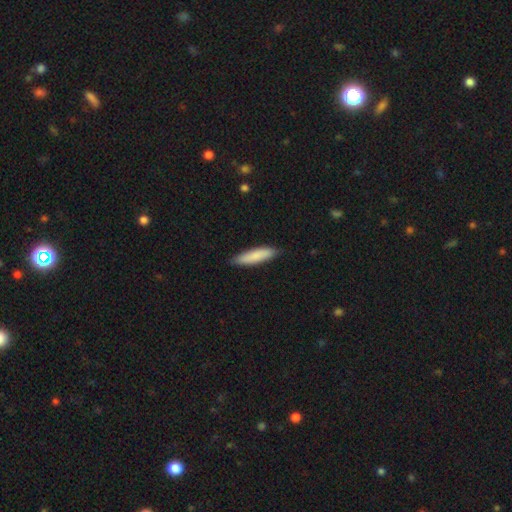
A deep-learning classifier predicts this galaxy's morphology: This is clearly a smooth galaxy (84%). How rounded: likely cigar-shaped (75%). Merging: clearly none (87%).